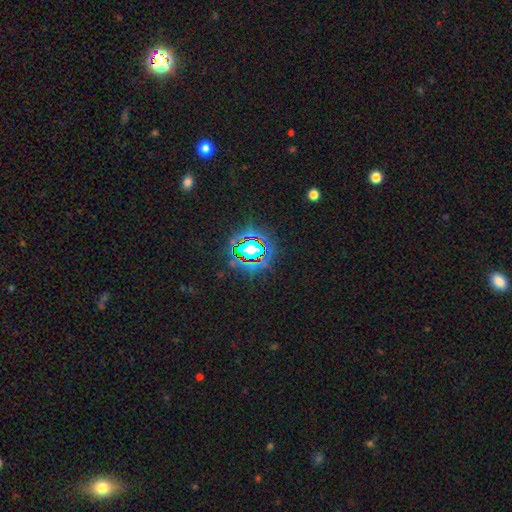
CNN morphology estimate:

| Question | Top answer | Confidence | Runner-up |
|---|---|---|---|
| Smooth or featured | star or artifact | 82% | smooth (11%) |